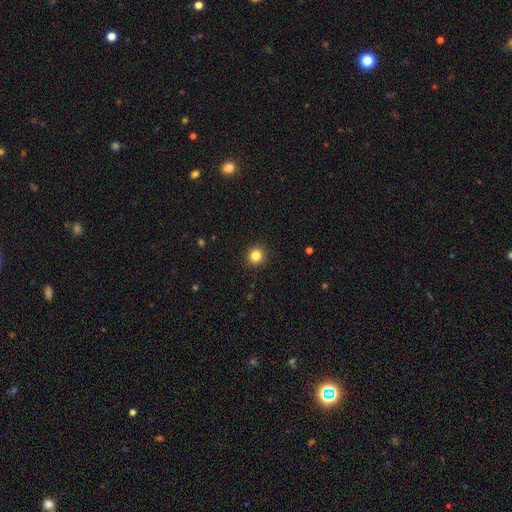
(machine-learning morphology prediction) A smooth galaxy with no disk features (84%) that is round (91%).

Vote fractions:
- Smooth or featured? smooth: 84% / star or artifact: 12% / featured or disk: 5%
- How rounded? round: 91% / in between: 8% / cigar-shaped: 1%
- Merging? none: 93% / minor disturbance: 5% / major disturbance: 2% / merger: 1%